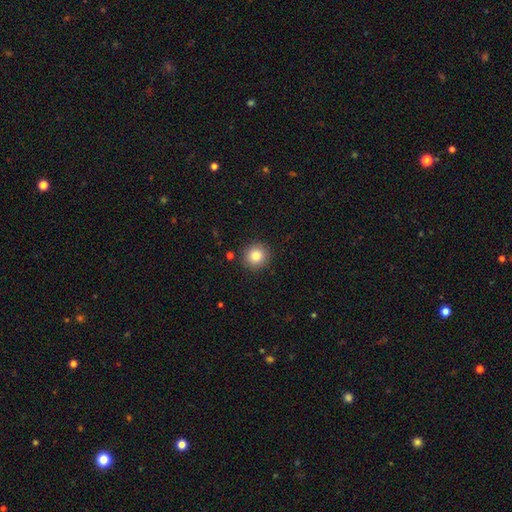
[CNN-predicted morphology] A smooth galaxy with no disk features (83%) that is round (92%). Merging: none (90%).